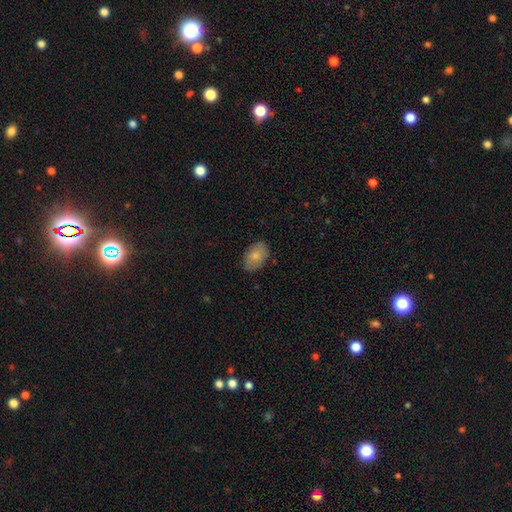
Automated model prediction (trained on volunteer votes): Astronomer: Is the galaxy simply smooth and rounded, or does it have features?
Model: smooth — 81%.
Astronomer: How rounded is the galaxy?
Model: in between — 90%.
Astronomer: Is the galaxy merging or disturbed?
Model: none — 84%.